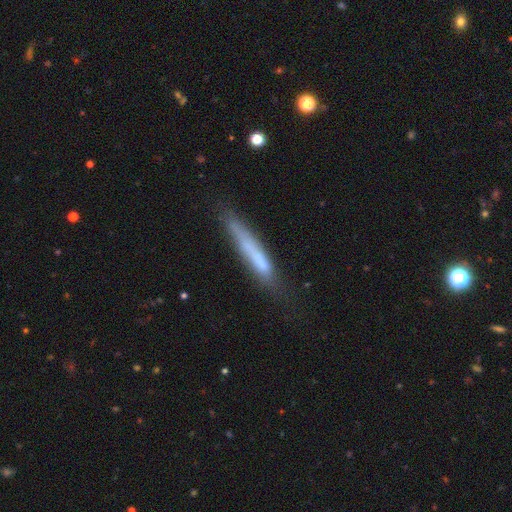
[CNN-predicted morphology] This appears to be a smooth galaxy with no disk features (62%) that is cigar-shaped (93%). Merging: none (66%).